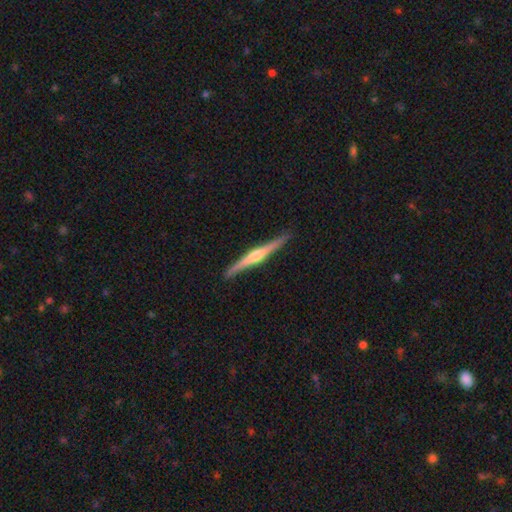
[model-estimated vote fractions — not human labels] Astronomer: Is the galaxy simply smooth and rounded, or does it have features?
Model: featured or disk — 76%.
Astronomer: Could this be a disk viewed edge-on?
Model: yes — 98%.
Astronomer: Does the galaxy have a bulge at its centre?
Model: rounded — 84%.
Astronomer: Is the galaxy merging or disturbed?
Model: none — 89%.